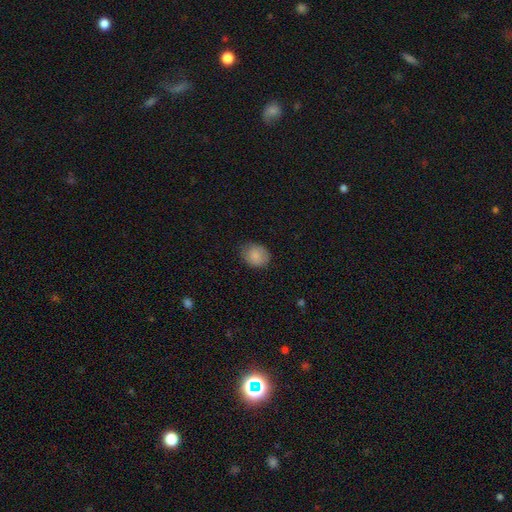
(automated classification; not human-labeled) Smooth or featured? Predicted: smooth (p=0.86). How rounded? Predicted: round (p=0.54). Merging? Predicted: none (p=0.74).